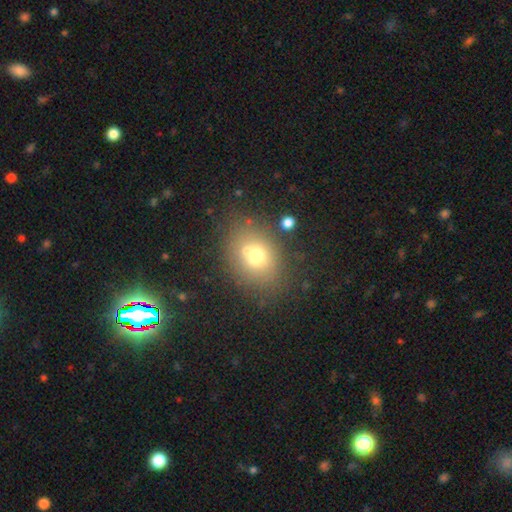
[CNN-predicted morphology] Smooth or featured? Predicted: smooth (p=0.67). How rounded? Predicted: round (p=0.53). Merging? Predicted: none (p=0.66).